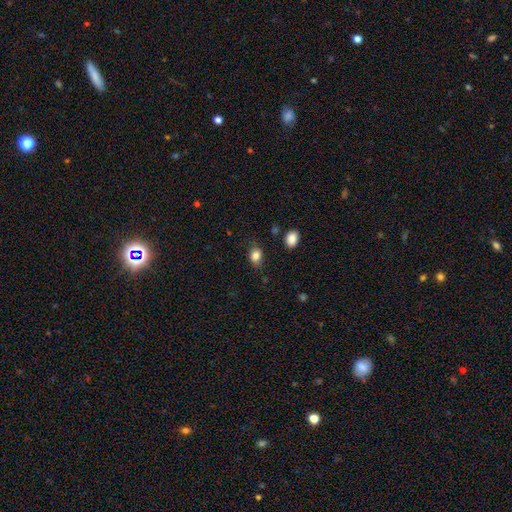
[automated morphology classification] smooth-or-featured: smooth: 84% | star or artifact: 9% | featured or disk: 7%
  how-rounded: in between: 75% | round: 23% | cigar-shaped: 2%
  merging: none: 77% | minor disturbance: 17% | major disturbance: 4% | merger: 2%